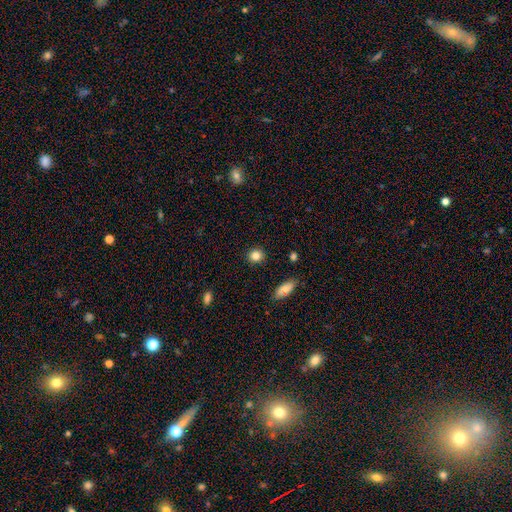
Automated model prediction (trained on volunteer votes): A smooth galaxy with no disk features (85%) that is round (86%).

Vote fractions:
- Smooth or featured? smooth: 85% / star or artifact: 10% / featured or disk: 5%
- How rounded? round: 86% / in between: 13% / cigar-shaped: 1%
- Merging? none: 91% / minor disturbance: 6% / major disturbance: 2% / merger: 1%